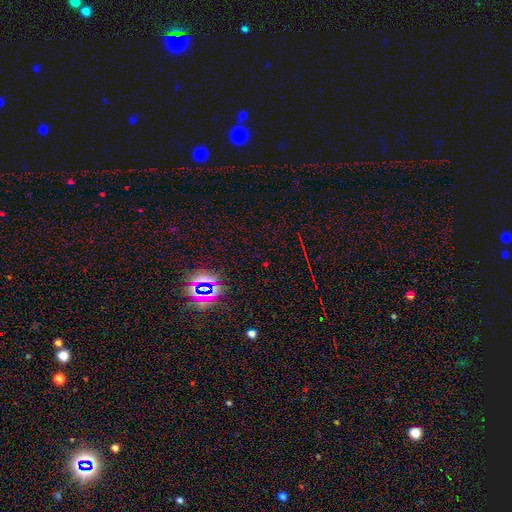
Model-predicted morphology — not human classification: smooth-or-featured: star or artifact: 76% | smooth: 16% | featured or disk: 8%